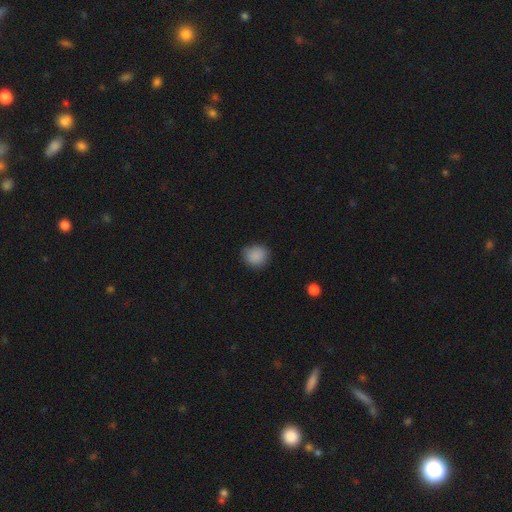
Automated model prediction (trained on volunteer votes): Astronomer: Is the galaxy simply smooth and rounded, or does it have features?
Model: smooth — 88%.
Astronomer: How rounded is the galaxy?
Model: round — 81%.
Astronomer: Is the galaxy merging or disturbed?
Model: none — 84%.